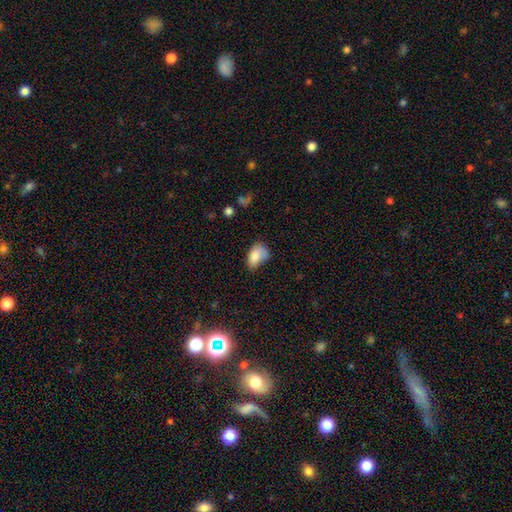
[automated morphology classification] smooth_or_featured: smooth (p=0.80) [alt: featured or disk p=0.11]
how_rounded: in between (p=0.88) [alt: round p=0.11]
merging: none (p=0.42) [alt: minor disturbance p=0.39]